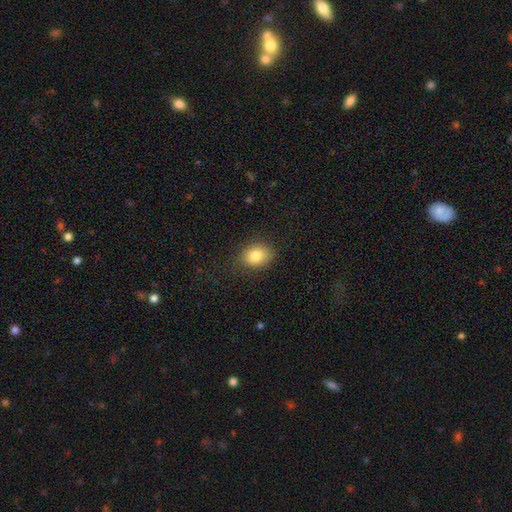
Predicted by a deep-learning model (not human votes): This is clearly a smooth galaxy (83%). How rounded: possibly in between (56%). Merging: clearly none (82%).